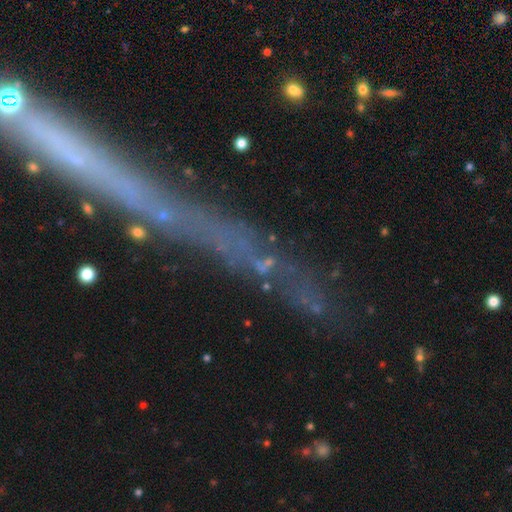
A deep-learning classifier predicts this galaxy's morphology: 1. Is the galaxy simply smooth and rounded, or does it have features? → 37% star or artifact, 35% featured or disk, 28% smooth.